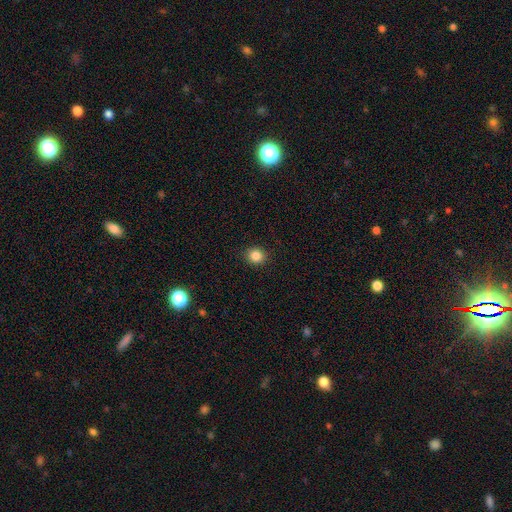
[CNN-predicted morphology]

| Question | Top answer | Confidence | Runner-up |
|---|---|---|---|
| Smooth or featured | smooth | 85% | star or artifact (11%) |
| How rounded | round | 84% | in between (16%) |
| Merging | none | 91% | minor disturbance (6%) |